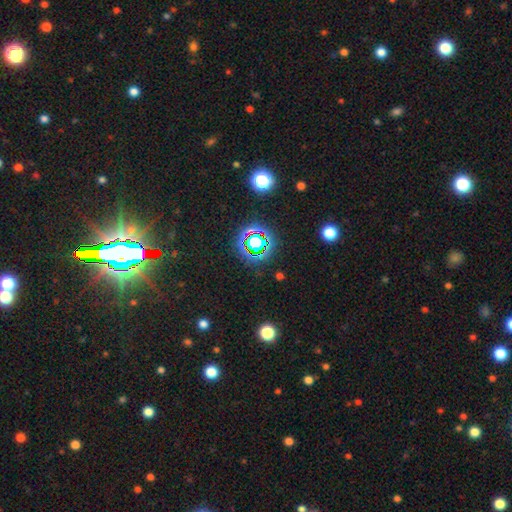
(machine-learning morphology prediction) This appears to be a star or artifact, not a galaxy (73%).